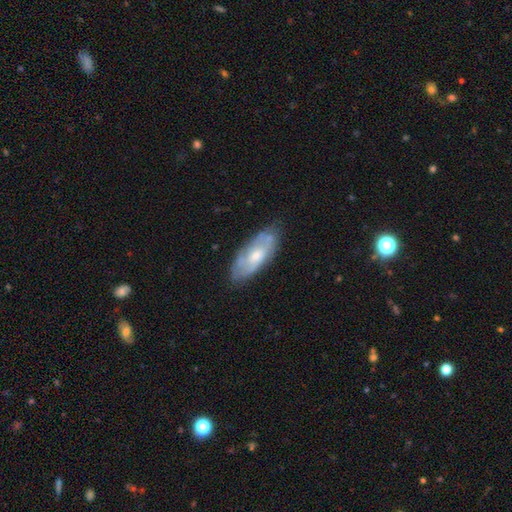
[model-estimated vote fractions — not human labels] The model was most divided on "smooth or featured": featured or disk: 58%, smooth: 35%, star or artifact: 7%. More confident: edge-on disk — no (84%); merging — none (72%).